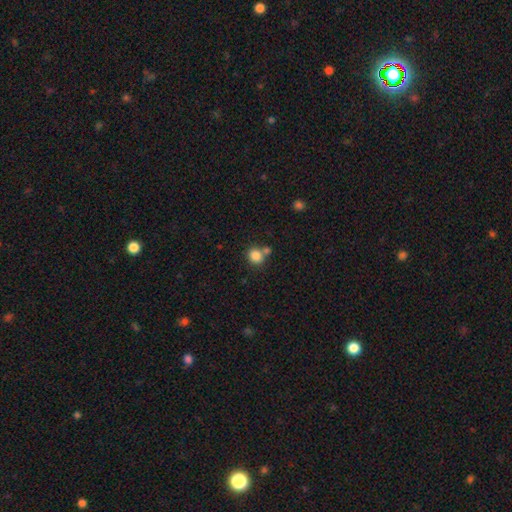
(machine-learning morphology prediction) A smooth galaxy with no disk features (84%) that is round (78%).

Vote fractions:
- Smooth or featured? smooth: 84% / star or artifact: 10% / featured or disk: 6%
- How rounded? round: 78% / in between: 21% / cigar-shaped: 1%
- Merging? none: 61% / merger: 25% / minor disturbance: 10% / major disturbance: 3%